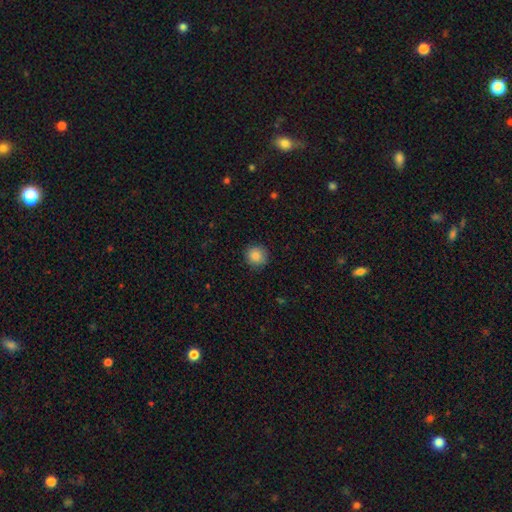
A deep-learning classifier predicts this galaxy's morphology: smooth 86%, star or artifact 9%, featured or disk 5%. Down the decision tree: how rounded — round (92%); merging — none (88%).